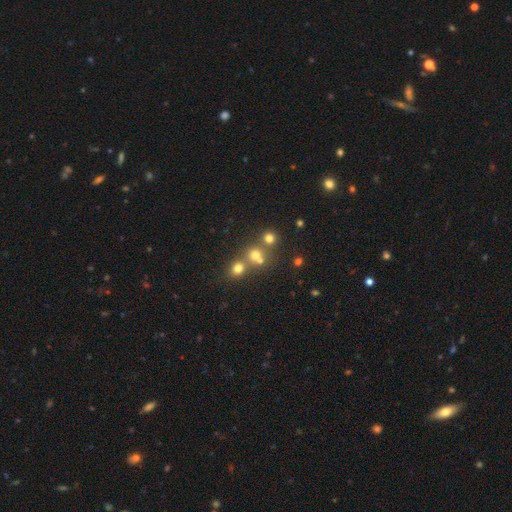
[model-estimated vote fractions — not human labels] Overall: smooth (64%). How rounded: round (84%). Merging: none (49%; merger 41%).